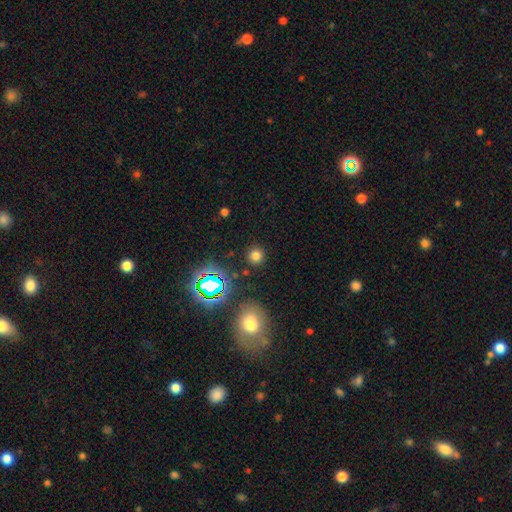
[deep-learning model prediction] A smooth galaxy with no disk features (71%) that is round (93%). Merging: none (88%).